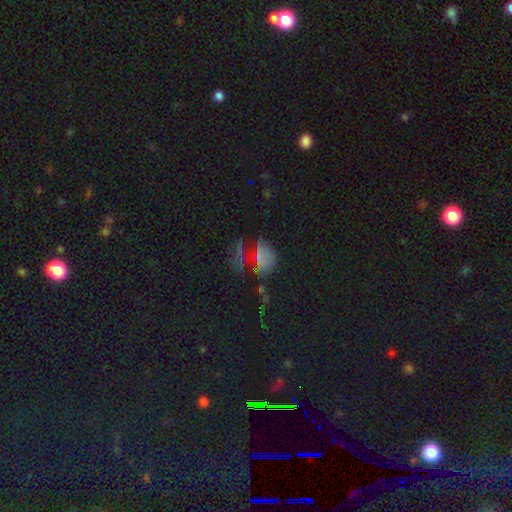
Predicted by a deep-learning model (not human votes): A star or artifact, not a galaxy (49%).

Vote fractions:
- Smooth or featured? star or artifact: 49% / smooth: 37% / featured or disk: 14%